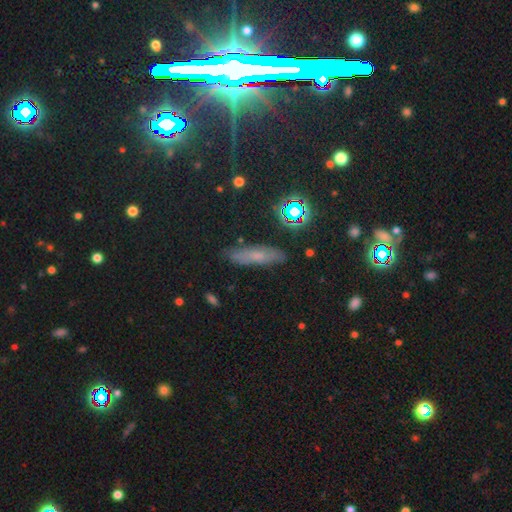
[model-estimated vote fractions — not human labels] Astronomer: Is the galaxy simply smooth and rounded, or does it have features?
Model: smooth — 47% (runner-up: star or artifact, 27%).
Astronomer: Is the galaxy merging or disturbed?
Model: none — 83%.